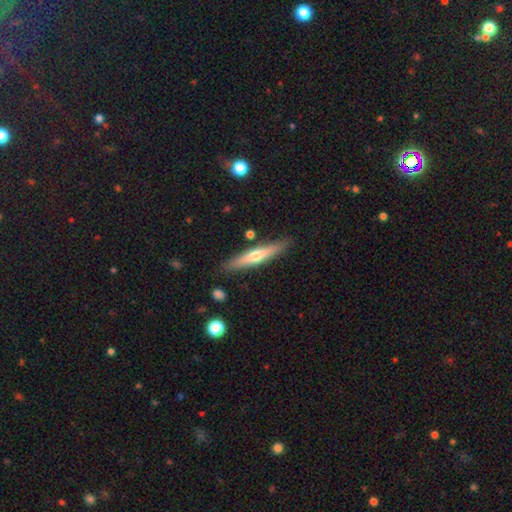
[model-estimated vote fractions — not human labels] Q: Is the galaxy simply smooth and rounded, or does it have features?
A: featured or disk — 48%.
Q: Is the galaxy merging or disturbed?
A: none — 86%.